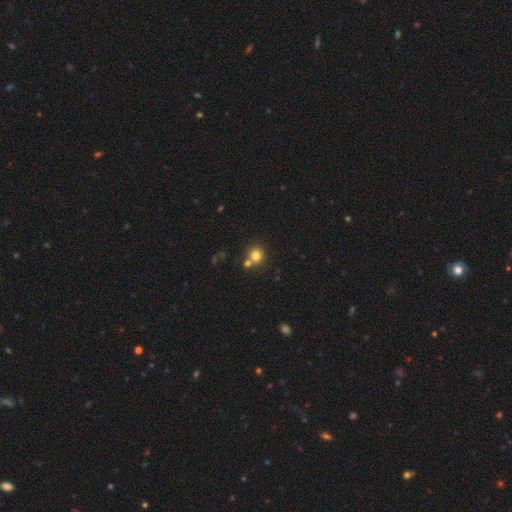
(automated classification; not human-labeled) smooth_or_featured: smooth (p=0.79) [alt: star or artifact p=0.13]
how_rounded: round (p=0.89) [alt: in between p=0.10]
merging: none (p=0.64) [alt: merger p=0.26]